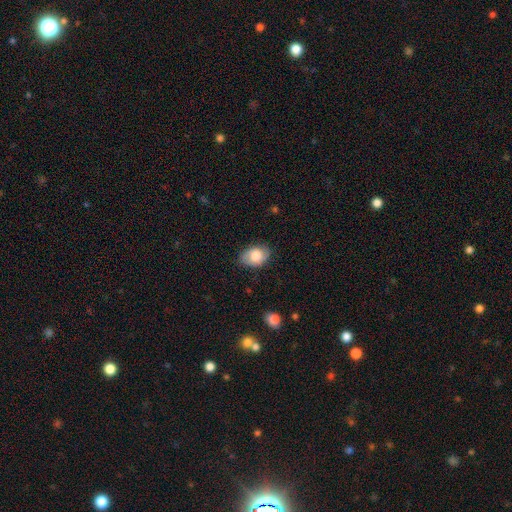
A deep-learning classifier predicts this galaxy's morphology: Smooth or featured? smooth (71%)
How rounded? in between (81%)
Merging? none (75%)